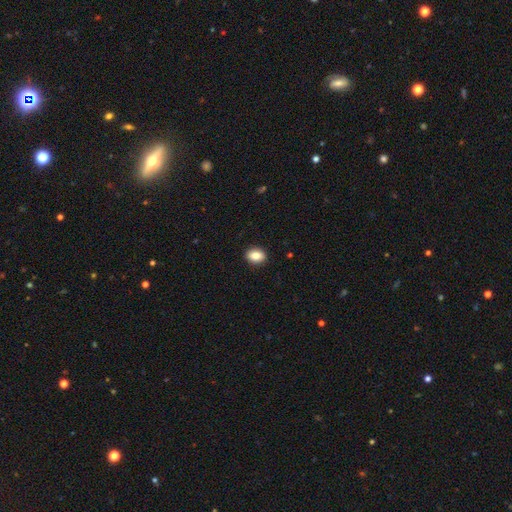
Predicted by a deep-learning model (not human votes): Smooth or featured? smooth (84%)
How rounded? in between (62%)
Merging? none (91%)